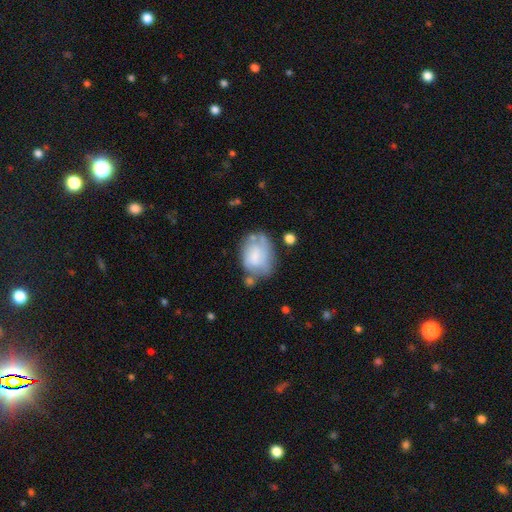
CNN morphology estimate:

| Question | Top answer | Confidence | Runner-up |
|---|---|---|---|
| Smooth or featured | smooth | 48% | featured or disk (44%) |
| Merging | none | 43% | minor disturbance (28%) |